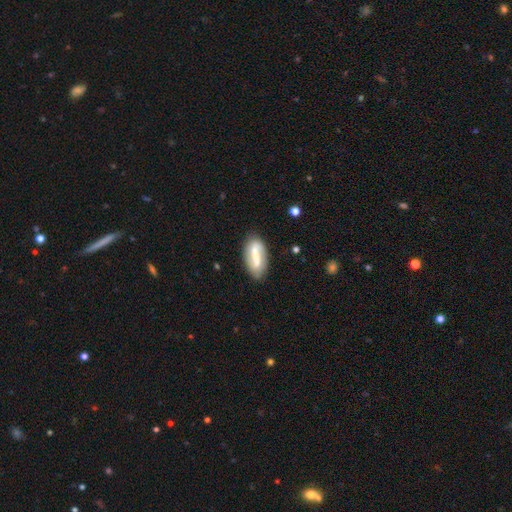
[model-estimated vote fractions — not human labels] smooth-or-featured: featured or disk: 54% | smooth: 39% | star or artifact: 7%
  disk-edge-on: no: 90% | yes: 10%
  merging: none: 80% | minor disturbance: 14% | major disturbance: 4% | merger: 2%